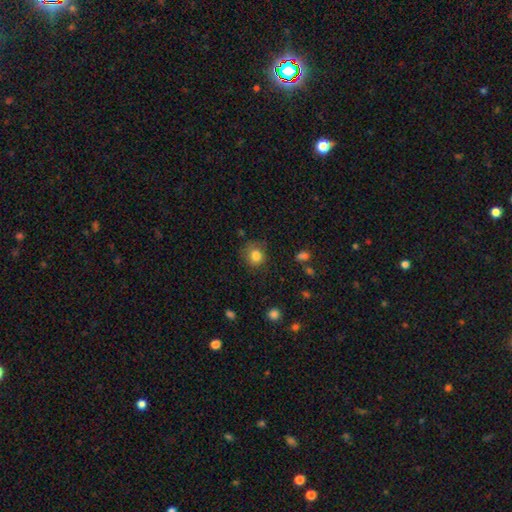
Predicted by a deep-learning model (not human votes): smooth 82%, star or artifact 10%, featured or disk 8%. Down the decision tree: how rounded — round (80%); merging — none (69%).